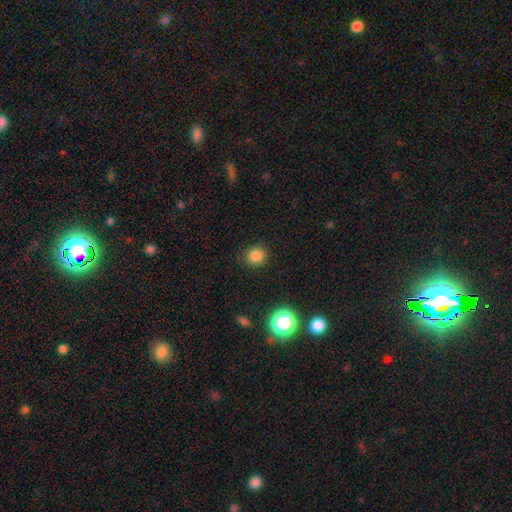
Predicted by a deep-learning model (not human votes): Overall: smooth (82%). How rounded: round (85%). Merging: none (86%).